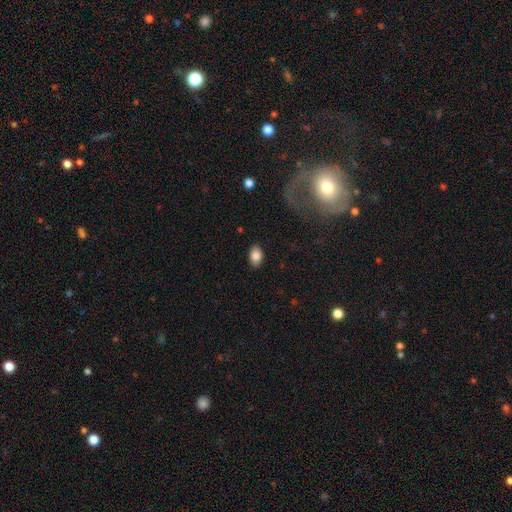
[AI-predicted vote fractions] This is clearly a smooth galaxy (86%). How rounded: clearly in between (87%). Merging: clearly none (87%).